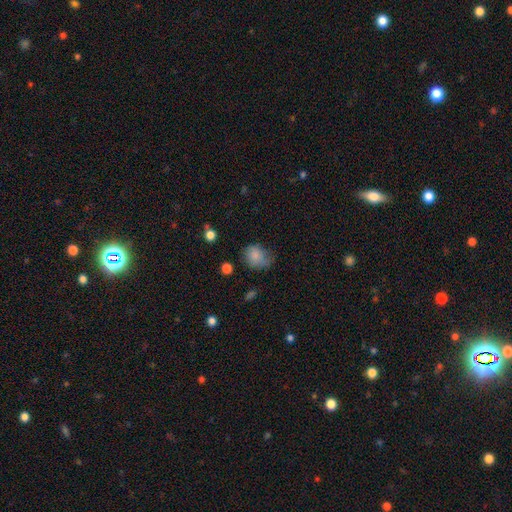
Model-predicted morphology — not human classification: Smooth or featured: smooth — 80% (featured or disk — 10%)
How rounded: in between — 52% (round — 47%)
Merging: none — 44% (minor disturbance — 37%)